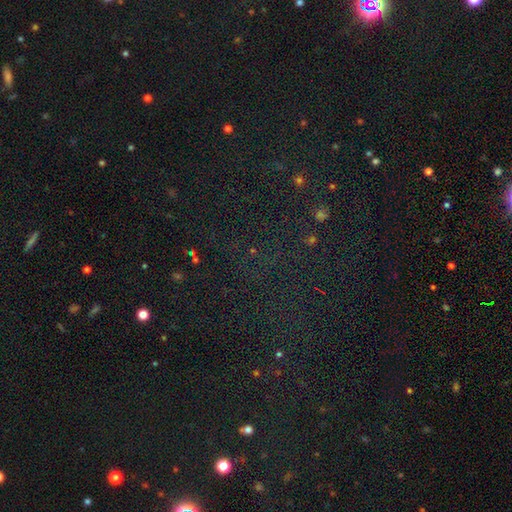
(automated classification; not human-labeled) Morphology: type=star or artifact (74%).